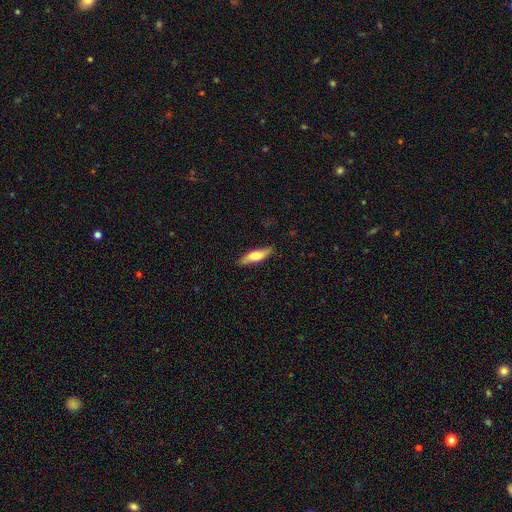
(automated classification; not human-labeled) smooth-or-featured: smooth: 58% | featured or disk: 37% | star or artifact: 6%
  how-rounded: cigar-shaped: 62% | in between: 36% | round: 2%
  merging: none: 84% | minor disturbance: 13% | major disturbance: 2% | merger: 1%